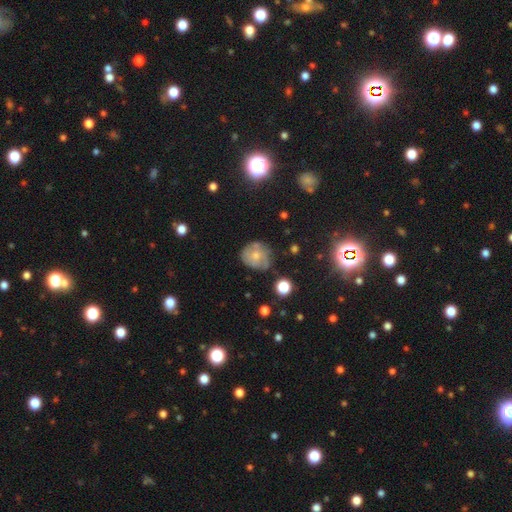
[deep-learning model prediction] smooth-or-featured: smooth: 49% | featured or disk: 40% | star or artifact: 11%
  merging: none: 59% | minor disturbance: 27% | major disturbance: 9% | merger: 5%